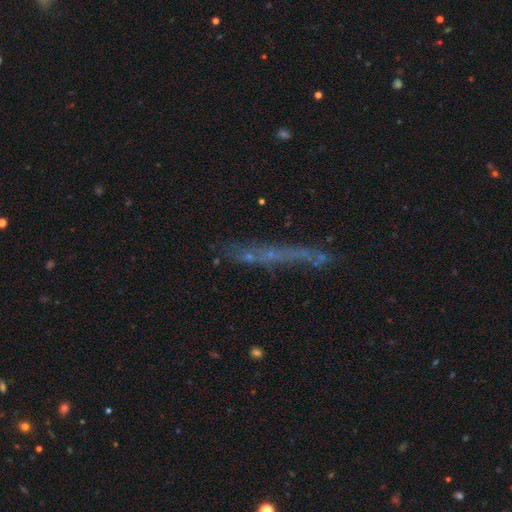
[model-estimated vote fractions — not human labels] This appears to be a featured or disk galaxy (40%). Merging: none (59%).